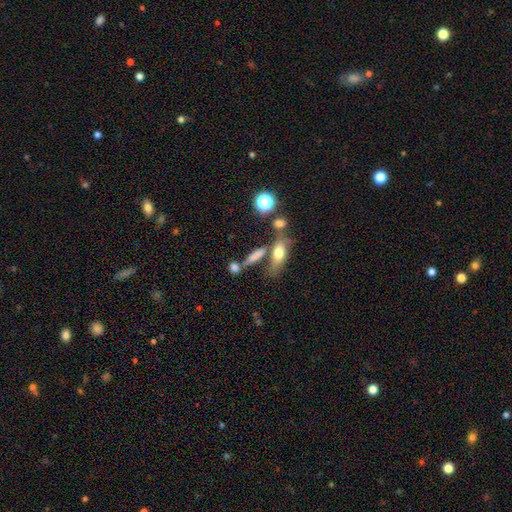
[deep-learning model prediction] Smooth or featured: smooth — 66% (featured or disk — 21%)
How rounded: cigar-shaped — 60% (in between — 32%)
Merging: none — 53% (merger — 27%)